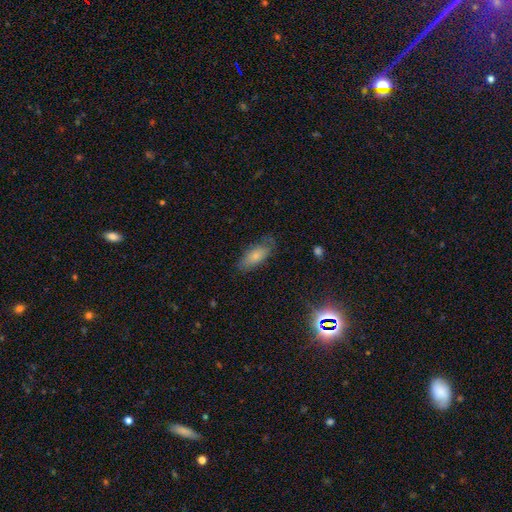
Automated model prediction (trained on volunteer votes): Smooth or featured: smooth — 76% (featured or disk — 16%)
How rounded: in between — 79% (cigar-shaped — 19%)
Merging: none — 68% (minor disturbance — 24%)